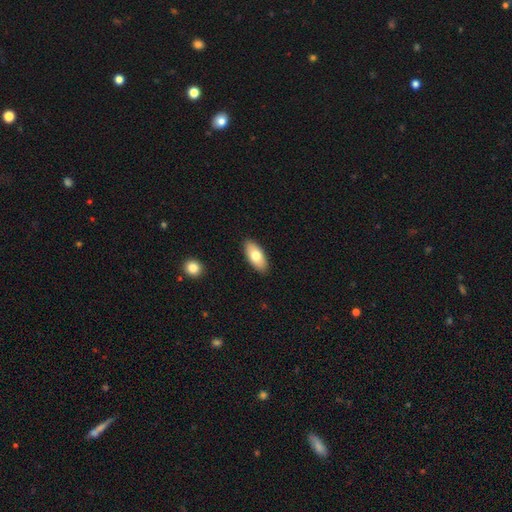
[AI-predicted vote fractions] A smooth galaxy with no disk features (74%) that is in between round and cigar-shaped (90%).

Vote fractions:
- Smooth or featured? smooth: 74% / featured or disk: 20% / star or artifact: 6%
- How rounded? in between: 90% / cigar-shaped: 7% / round: 2%
- Merging? none: 90% / minor disturbance: 7% / major disturbance: 2% / merger: 1%